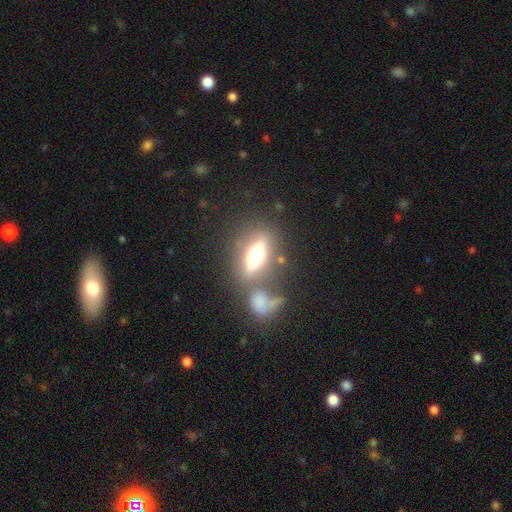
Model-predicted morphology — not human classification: Q: Smooth or featured?
A: featured or disk (50%); runner-up: smooth (41%)
Q: Merging?
A: none (58%); runner-up: merger (22%)